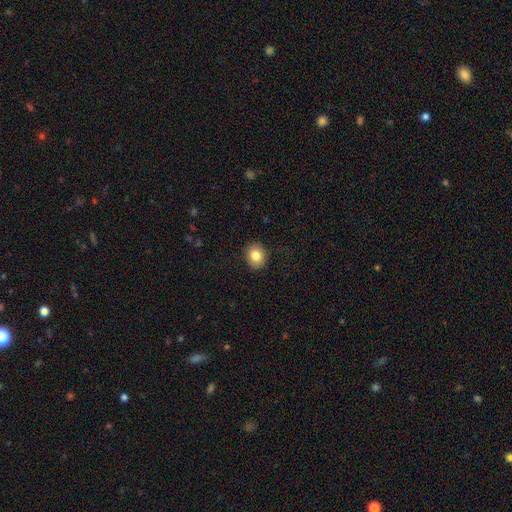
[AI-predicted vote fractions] The model was most divided on "how rounded": round: 64%, in between: 36%, cigar-shaped: 1%. More confident: merging — none (89%); smooth or featured — smooth (83%).